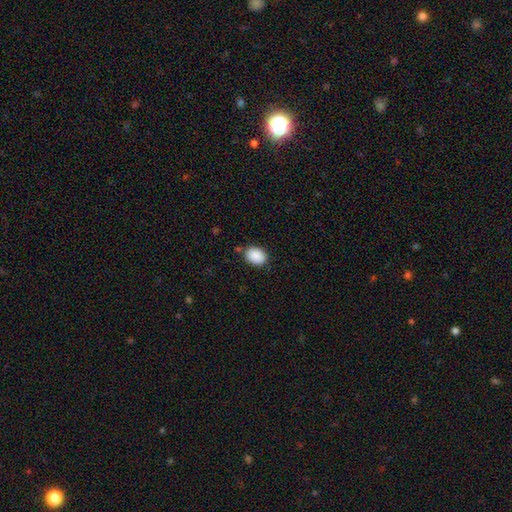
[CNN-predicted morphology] Smooth or featured: smooth — 90% (star or artifact — 7%)
How rounded: in between — 72% (round — 27%)
Merging: none — 85% (minor disturbance — 11%)